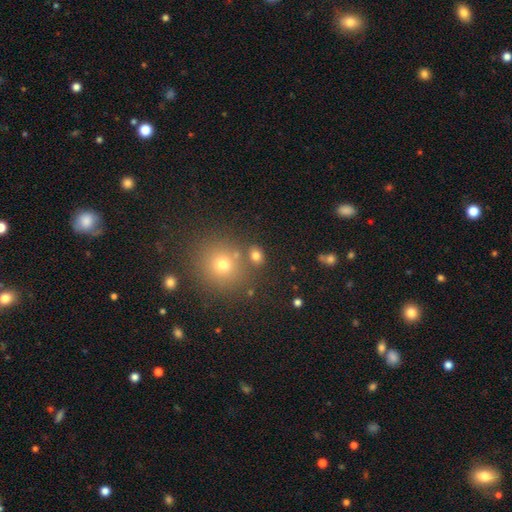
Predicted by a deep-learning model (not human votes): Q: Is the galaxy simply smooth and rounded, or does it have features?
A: smooth — 76%.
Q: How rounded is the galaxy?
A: round — 55%.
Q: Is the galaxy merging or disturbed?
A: none — 74%.